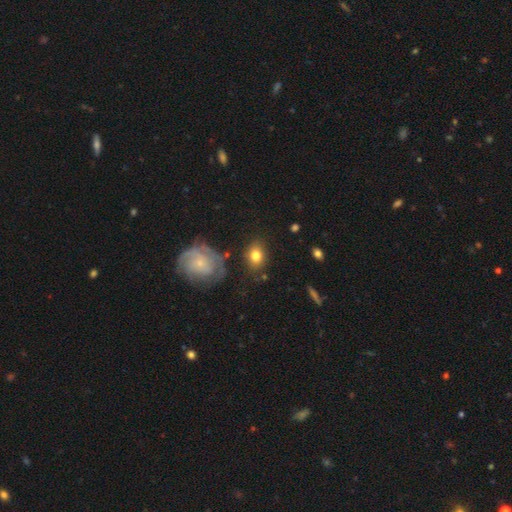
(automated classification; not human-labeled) Smooth or featured: smooth — 76% (featured or disk — 17%)
How rounded: in between — 62% (round — 36%)
Merging: none — 77% (minor disturbance — 14%)